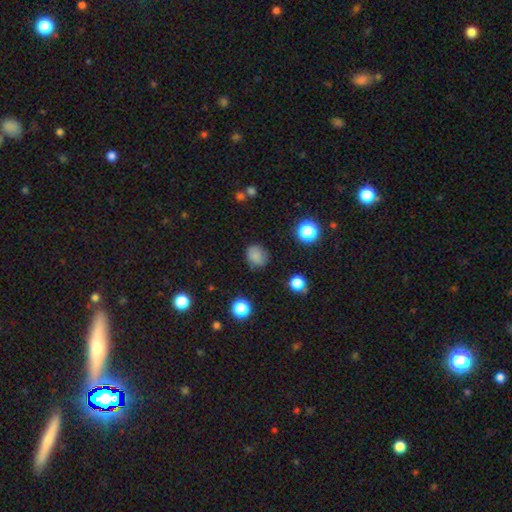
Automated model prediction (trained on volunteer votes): smooth_or_featured: smooth (p=0.76) [alt: star or artifact p=0.15]
how_rounded: round (p=0.64) [alt: in between p=0.35]
merging: none (p=0.72) [alt: minor disturbance p=0.20]